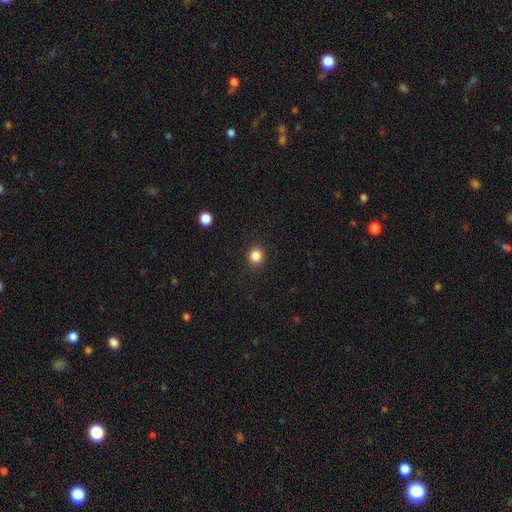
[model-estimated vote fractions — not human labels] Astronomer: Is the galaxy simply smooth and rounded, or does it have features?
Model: smooth — 85%.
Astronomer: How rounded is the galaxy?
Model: round — 87%.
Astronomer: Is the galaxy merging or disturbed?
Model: none — 92%.